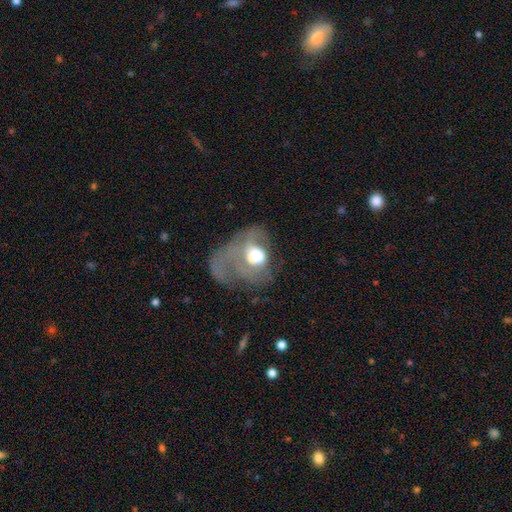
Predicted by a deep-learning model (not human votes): Smooth or featured? Predicted: featured or disk (p=0.52). Edge-on disk? Predicted: no (p=0.97). Merging? Predicted: major disturbance (p=0.65).